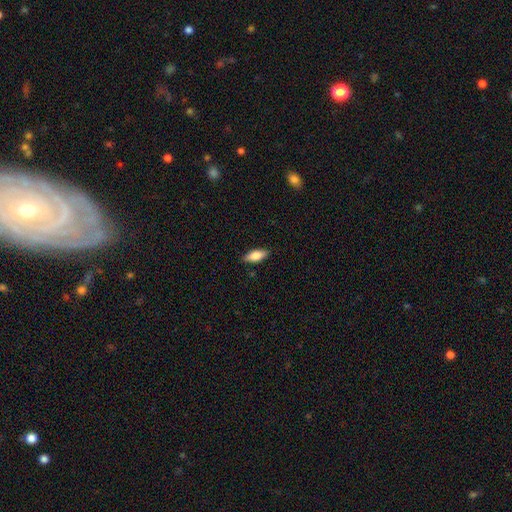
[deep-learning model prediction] smooth-or-featured: smooth: 79% | featured or disk: 15% | star or artifact: 6%
  how-rounded: in between: 77% | cigar-shaped: 21% | round: 2%
  merging: none: 87% | minor disturbance: 10% | major disturbance: 2% | merger: 1%